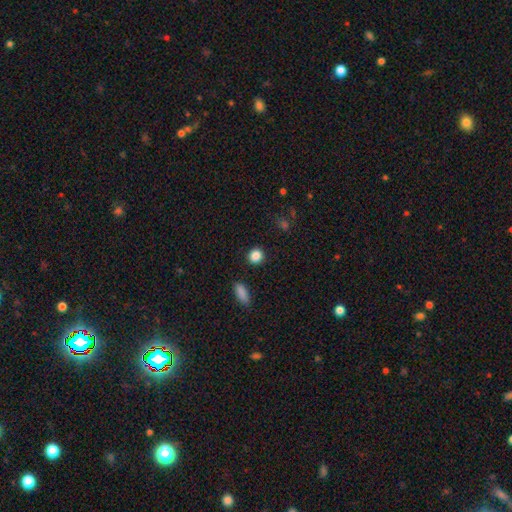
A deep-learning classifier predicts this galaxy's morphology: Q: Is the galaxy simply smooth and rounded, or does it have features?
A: smooth — 87%.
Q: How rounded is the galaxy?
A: round — 86%.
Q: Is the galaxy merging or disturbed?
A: none — 90%.